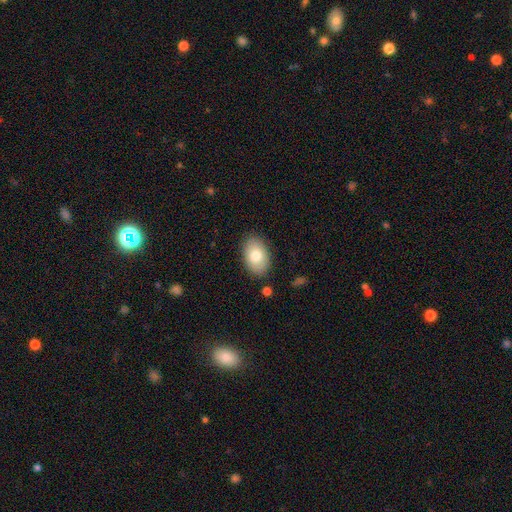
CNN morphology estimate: smooth 80%, featured or disk 13%, star or artifact 7%. Down the decision tree: how rounded — in between (89%); merging — none (85%).